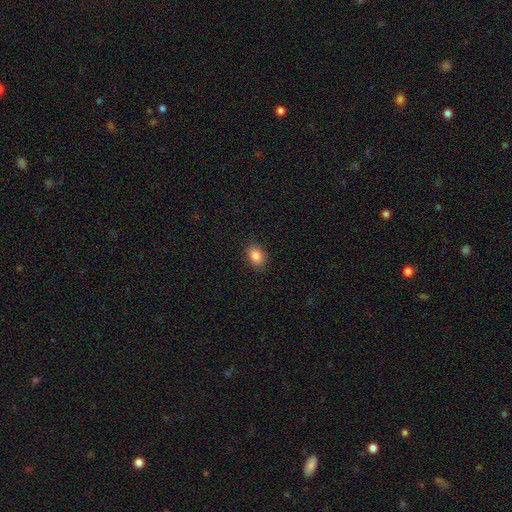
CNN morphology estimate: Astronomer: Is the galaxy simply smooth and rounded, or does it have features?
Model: smooth — 87%.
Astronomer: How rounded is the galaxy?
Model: in between — 74%.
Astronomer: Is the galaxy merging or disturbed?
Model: none — 88%.